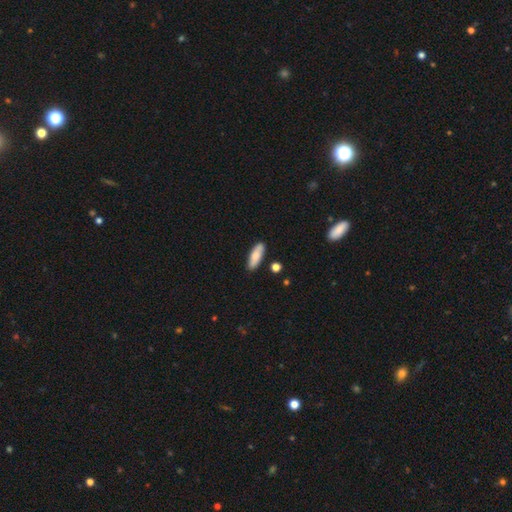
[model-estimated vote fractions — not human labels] smooth_or_featured: smooth (p=0.77) [alt: featured or disk p=0.16]
how_rounded: in between (p=0.56) [alt: cigar-shaped p=0.42]
merging: none (p=0.83) [alt: minor disturbance p=0.12]